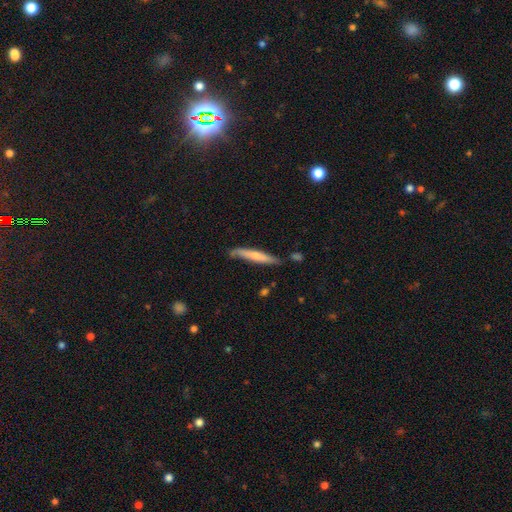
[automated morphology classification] smooth 60%, featured or disk 35%, star or artifact 5%. Down the decision tree: how rounded — cigar-shaped (93%); merging — none (72%).